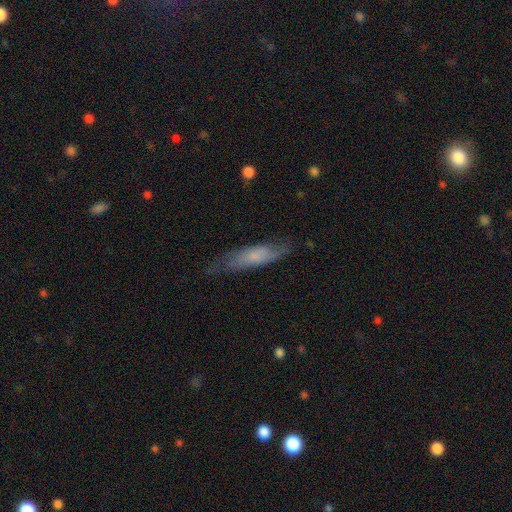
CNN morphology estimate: This appears to be a smooth galaxy with no disk features (56%) that is cigar-shaped (66%). Merging: none (63%).